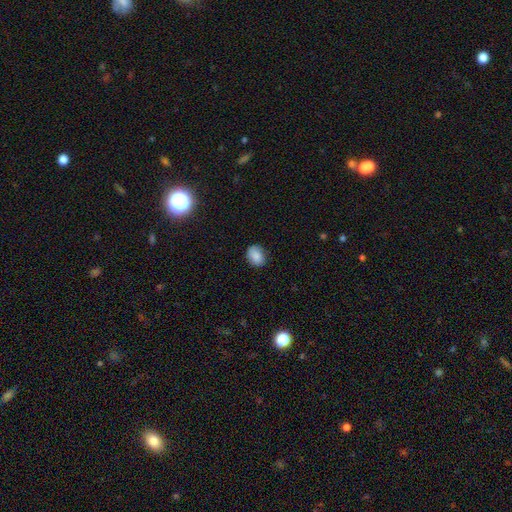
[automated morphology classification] Q: Smooth or featured?
A: smooth (85%); runner-up: star or artifact (8%)
Q: How rounded?
A: in between (58%); runner-up: round (41%)
Q: Merging?
A: none (76%); runner-up: minor disturbance (20%)